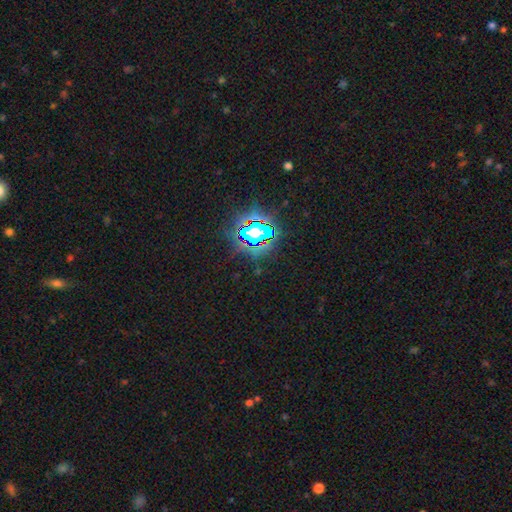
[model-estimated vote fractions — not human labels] Q: Smooth or featured?
A: star or artifact (82%); runner-up: smooth (11%)